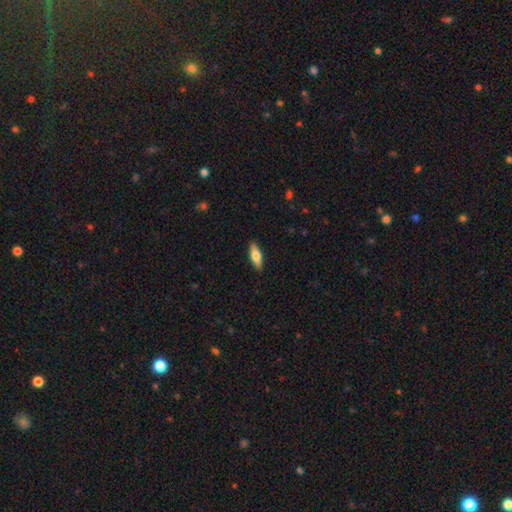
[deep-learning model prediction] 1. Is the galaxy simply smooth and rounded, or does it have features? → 64% smooth, 30% featured or disk, 6% star or artifact.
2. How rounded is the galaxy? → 54% in between, 44% cigar-shaped, 2% round.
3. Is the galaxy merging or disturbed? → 89% none, 8% minor disturbance, 2% major disturbance, 1% merger.